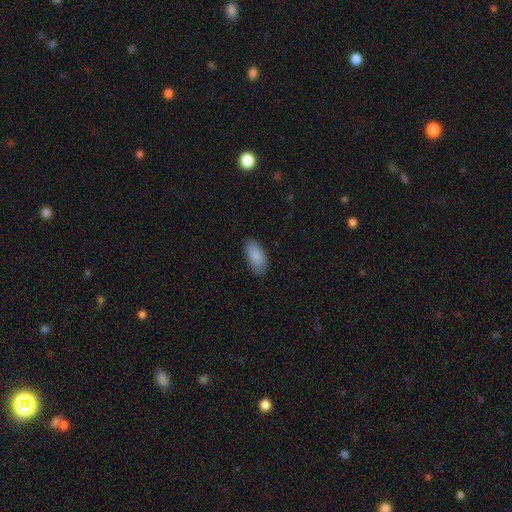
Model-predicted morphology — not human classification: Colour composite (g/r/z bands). It shows a smooth galaxy with no disk features (89%) that is in between round and cigar-shaped (93%). Merging: none (83%).